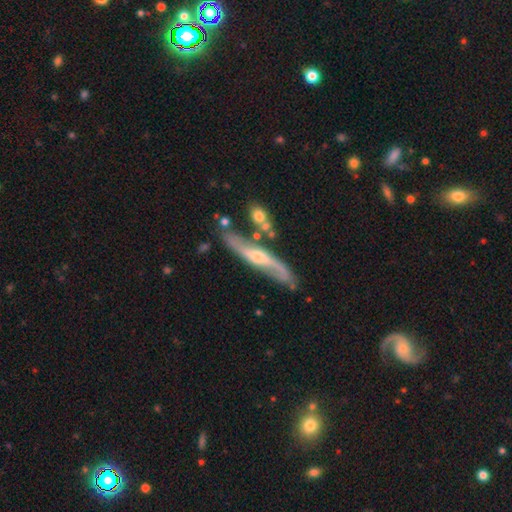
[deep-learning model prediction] The model was most divided on "edge-on disk": no: 59%, yes: 41%. More confident: smooth or featured — featured or disk (79%); merging — none (71%).